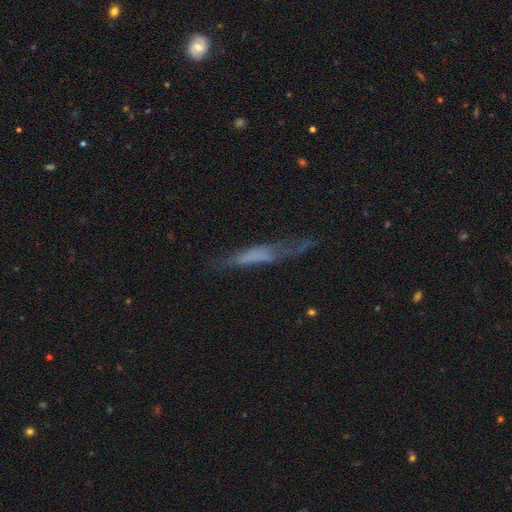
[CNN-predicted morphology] Smooth or featured? featured or disk (46%)
Merging? none (49%)